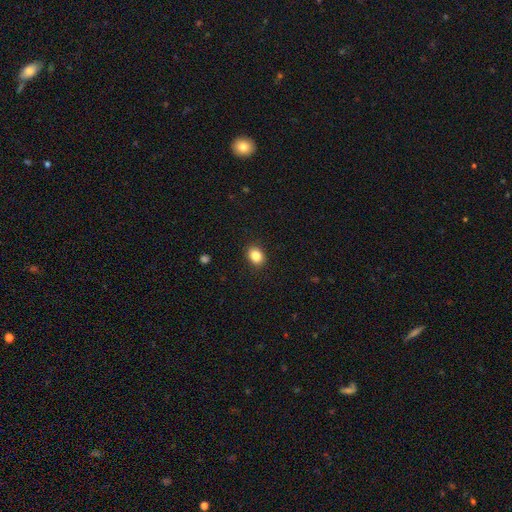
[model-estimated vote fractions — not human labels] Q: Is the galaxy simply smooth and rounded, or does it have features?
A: smooth — 84%.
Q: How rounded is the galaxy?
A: in between — 52%.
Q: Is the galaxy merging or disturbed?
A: none — 90%.